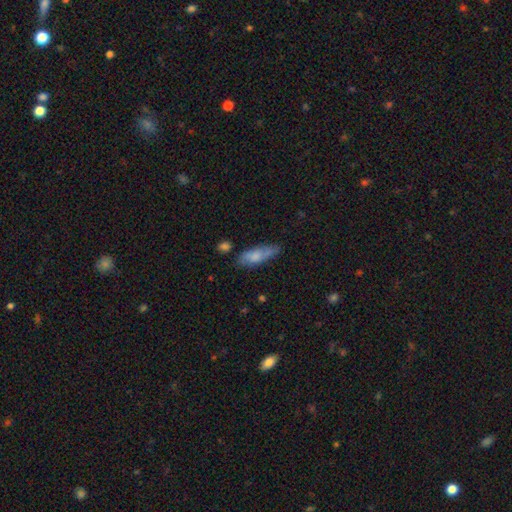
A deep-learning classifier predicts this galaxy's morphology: smooth_or_featured: smooth (p=0.71) [alt: featured or disk p=0.22]
how_rounded: in between (p=0.50) [alt: cigar-shaped p=0.48]
merging: none (p=0.58) [alt: minor disturbance p=0.29]